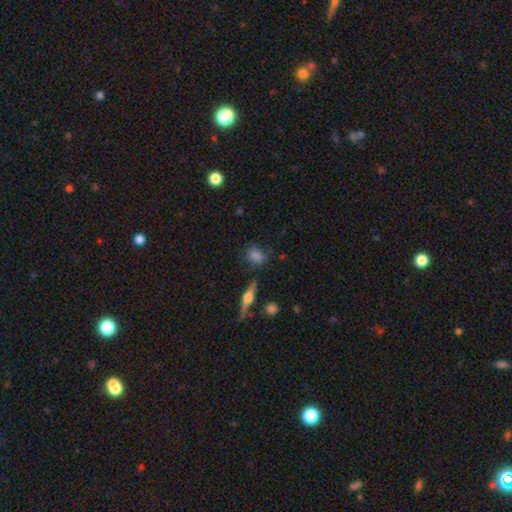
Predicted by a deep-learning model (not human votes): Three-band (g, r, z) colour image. It shows a smooth galaxy with no disk features (76%) that is in between round and cigar-shaped (51%). Merging: none (68%).